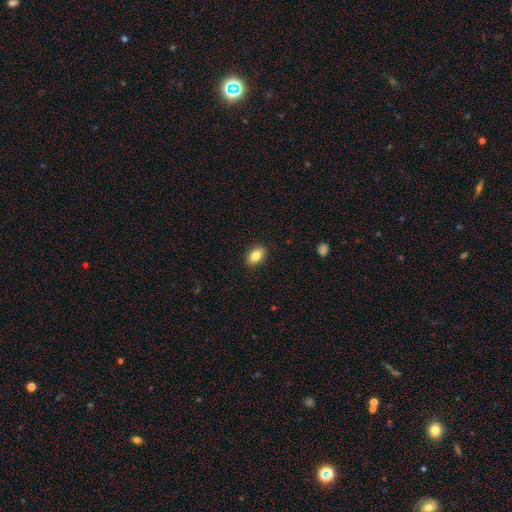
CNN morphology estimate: Smooth or featured?
  - smooth: 83% *
  - featured or disk: 9%
  - star or artifact: 8%
How rounded?
  - in between: 85% *
  - round: 12%
  - cigar-shaped: 2%
Merging?
  - none: 90% *
  - minor disturbance: 8%
  - major disturbance: 2%
  - merger: 1%